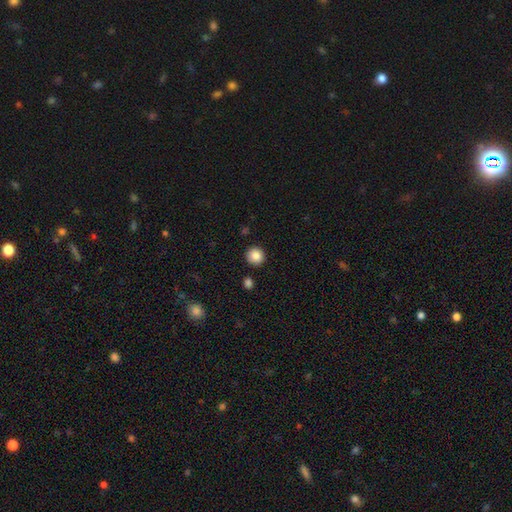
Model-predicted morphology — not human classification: smooth-or-featured: smooth: 86% | star or artifact: 9% | featured or disk: 5%
  how-rounded: round: 92% | in between: 7% | cigar-shaped: 1%
  merging: none: 90% | minor disturbance: 6% | merger: 2% | major disturbance: 2%